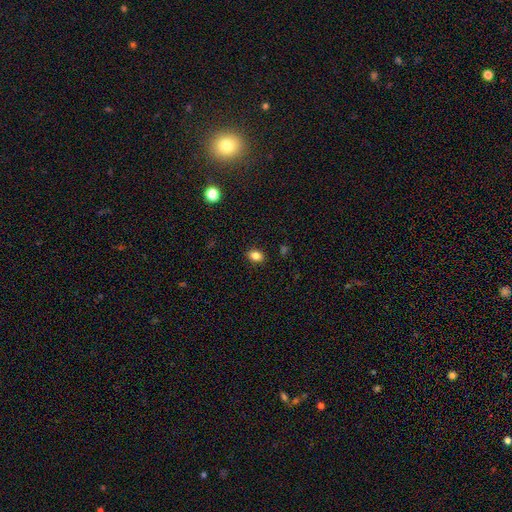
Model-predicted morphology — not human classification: smooth 84%, star or artifact 11%, featured or disk 6%. Down the decision tree: how rounded — in between (68%); merging — none (88%).